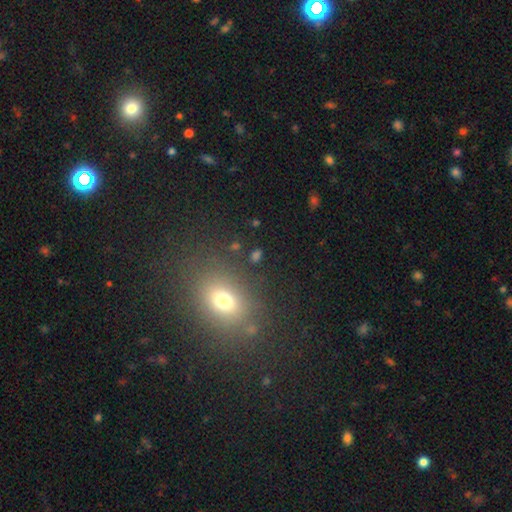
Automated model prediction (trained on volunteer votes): Overall: smooth (64%; star or artifact 25%). How rounded: in between (53%; round 44%). Merging: none (80%).